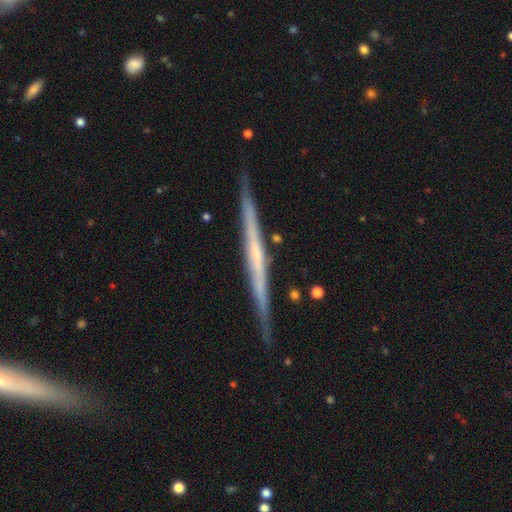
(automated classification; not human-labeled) Smooth or featured: featured or disk — 72% (smooth — 22%)
Edge-on disk: yes — 98% (no — 2%)
Edge-on bulge: none — 76% (rounded — 16%)
Merging: none — 89% (minor disturbance — 8%)